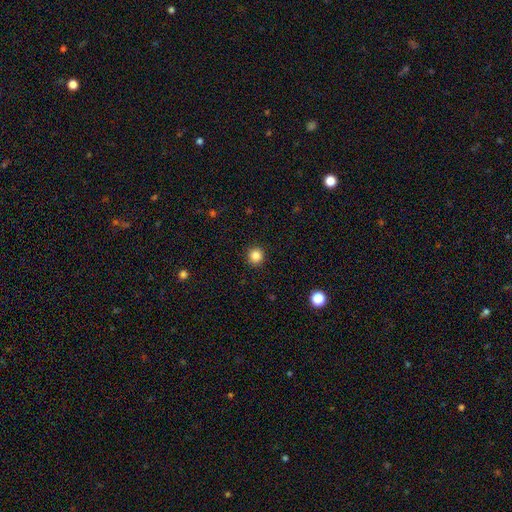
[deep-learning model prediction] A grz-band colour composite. It shows a smooth galaxy with no disk features (85%) that is round (93%). Merging: none (92%).